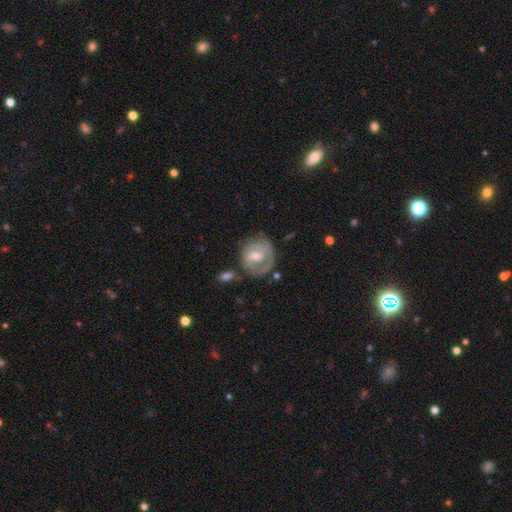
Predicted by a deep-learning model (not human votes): Smooth or featured? featured or disk (74%)
Edge-on disk? no (97%)
Bar? weak (52%)
Spiral arms? yes (84%)
Spiral winding? tight (55%)
Spiral arm count? 2 (56%)
Bulge size? moderate (60%)
Merging? none (65%)